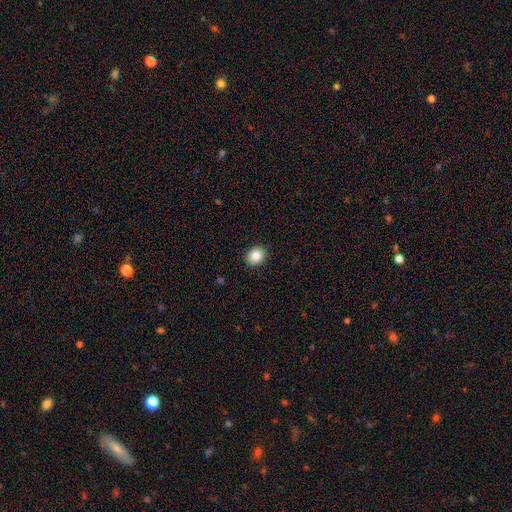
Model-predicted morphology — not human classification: A smooth galaxy with no disk features (85%) that is round (53%).

Vote fractions:
- Smooth or featured? smooth: 85% / star or artifact: 9% / featured or disk: 6%
- How rounded? round: 53% / in between: 46% / cigar-shaped: 1%
- Merging? none: 90% / minor disturbance: 7% / major disturbance: 2% / merger: 1%